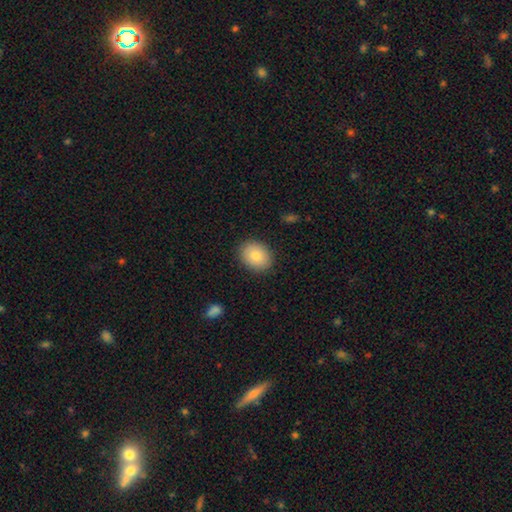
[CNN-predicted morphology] Smooth or featured? smooth (84%)
How rounded? in between (53%)
Merging? none (88%)